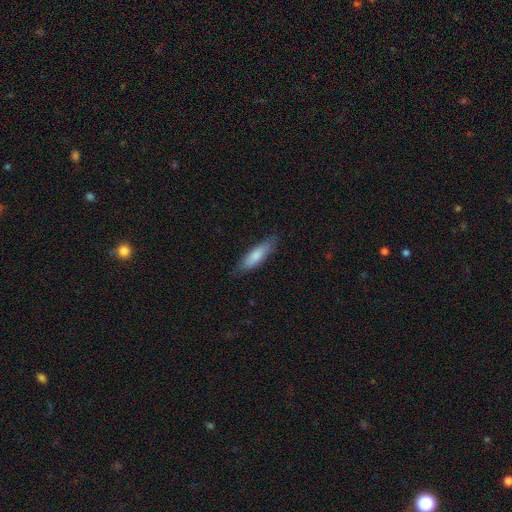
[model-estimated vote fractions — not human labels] Smooth or featured? Predicted: smooth (p=0.79). How rounded? Predicted: cigar-shaped (p=0.57). Merging? Predicted: none (p=0.78).